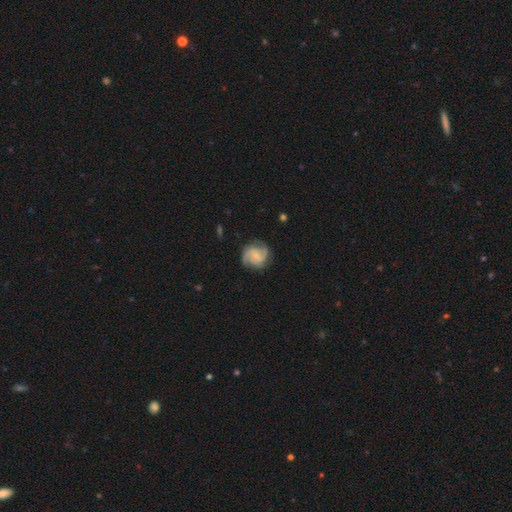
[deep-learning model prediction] This is likely a featured or disk galaxy (79%). It is clearly not viewed edge-on (98%). Bar: possibly no (59%). Spiral arm pattern: clearly yes (96%). Spiral arm count: possibly 2 (54%). Spiral winding: possibly medium (47%). Central bulge: likely small (66%). Merging: likely none (76%).